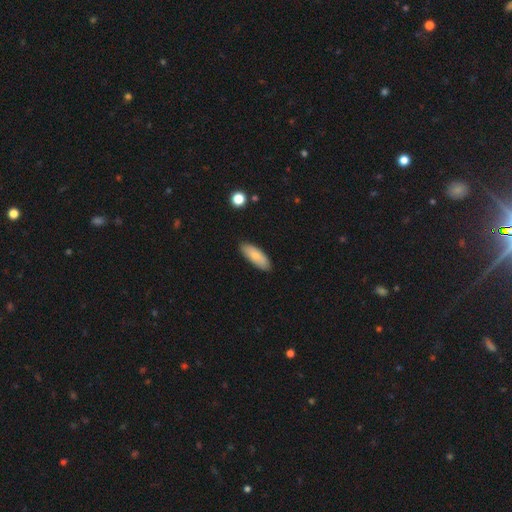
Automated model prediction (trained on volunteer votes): The model was most divided on "how rounded": in between: 71%, cigar-shaped: 27%, round: 2%. More confident: merging — none (87%); smooth or featured — smooth (83%).